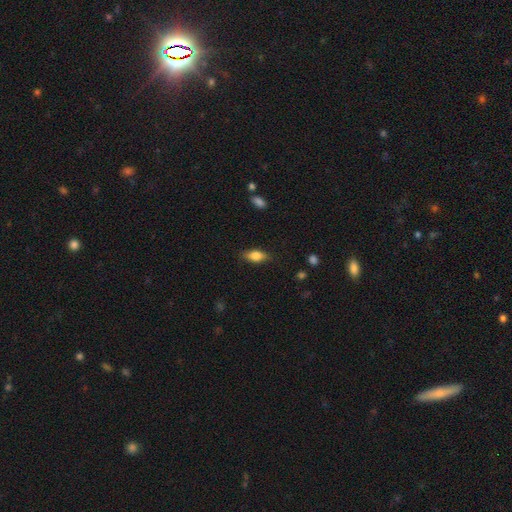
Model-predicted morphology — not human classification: A smooth galaxy with no disk features (78%) that is in between round and cigar-shaped (83%).

Vote fractions:
- Smooth or featured? smooth: 78% / featured or disk: 15% / star or artifact: 7%
- How rounded? in between: 83% / cigar-shaped: 12% / round: 5%
- Merging? none: 82% / minor disturbance: 14% / major disturbance: 3% / merger: 1%